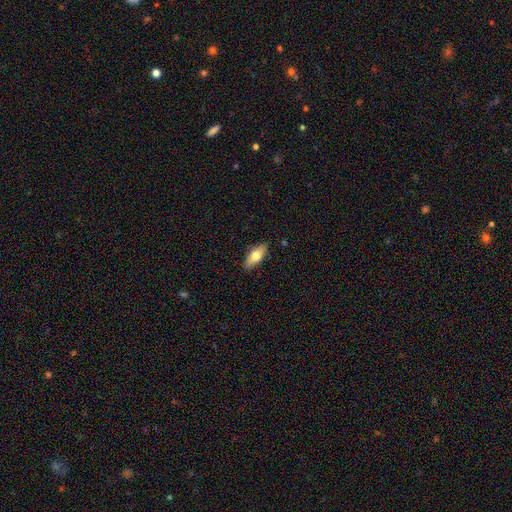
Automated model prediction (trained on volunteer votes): Smooth or featured?
  - smooth: 69% *
  - featured or disk: 25%
  - star or artifact: 6%
How rounded?
  - in between: 77% *
  - cigar-shaped: 20%
  - round: 3%
Merging?
  - none: 87% *
  - minor disturbance: 10%
  - major disturbance: 2%
  - merger: 1%